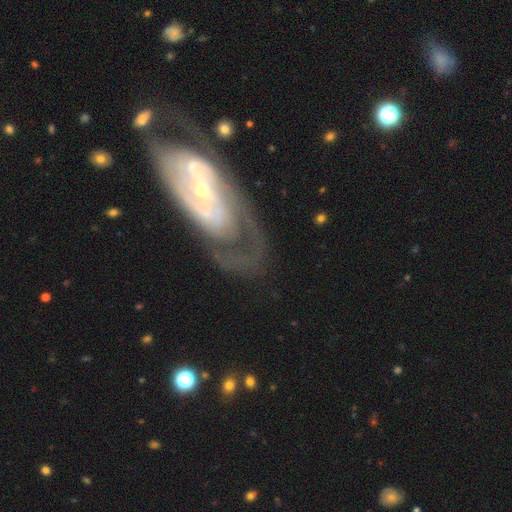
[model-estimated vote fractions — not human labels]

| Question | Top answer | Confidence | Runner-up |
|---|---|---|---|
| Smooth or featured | featured or disk | 81% | smooth (12%) |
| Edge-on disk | no | 92% | yes (8%) |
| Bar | no | 52% | weak (28%) |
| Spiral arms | yes | 78% | no (22%) |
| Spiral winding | tight | 56% | medium (32%) |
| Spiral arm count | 2 | 44% | can't tell (37%) |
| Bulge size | small | 74% | moderate (21%) |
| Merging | none | 57% | minor disturbance (18%) |